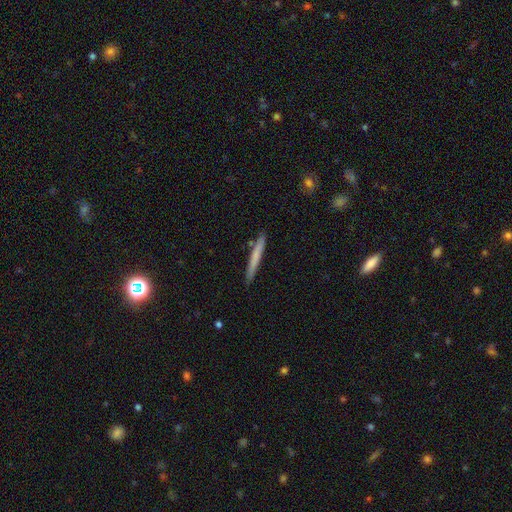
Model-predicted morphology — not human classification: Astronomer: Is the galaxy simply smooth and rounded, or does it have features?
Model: smooth — 65%.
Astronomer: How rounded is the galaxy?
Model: cigar-shaped — 97%.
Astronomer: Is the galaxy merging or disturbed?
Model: none — 88%.